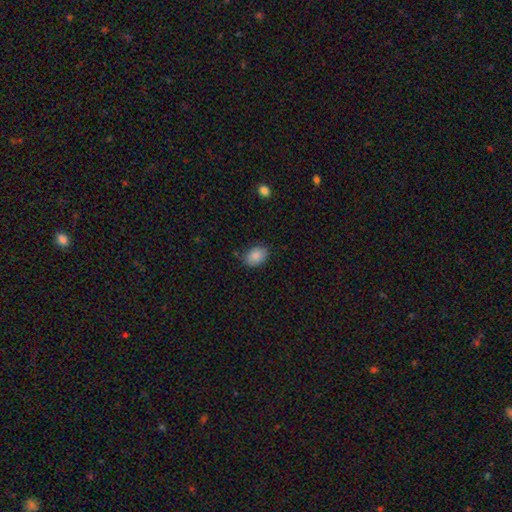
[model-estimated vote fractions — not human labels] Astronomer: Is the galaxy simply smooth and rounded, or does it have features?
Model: smooth — 87%.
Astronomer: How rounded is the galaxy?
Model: in between — 76%.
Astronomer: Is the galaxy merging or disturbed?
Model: none — 77%.